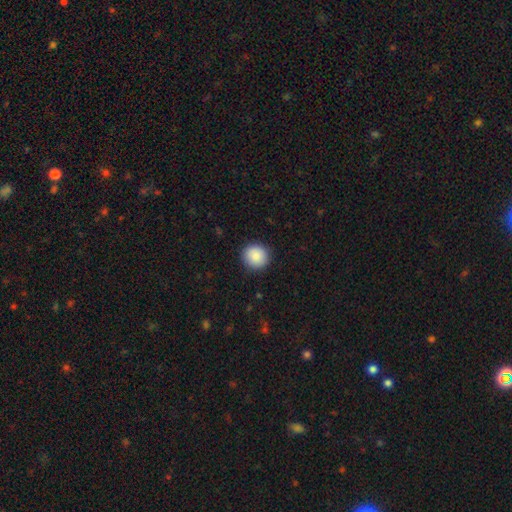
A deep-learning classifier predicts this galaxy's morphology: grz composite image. It shows a smooth galaxy with no disk features (88%) that is round (92%). Merging: none (91%).